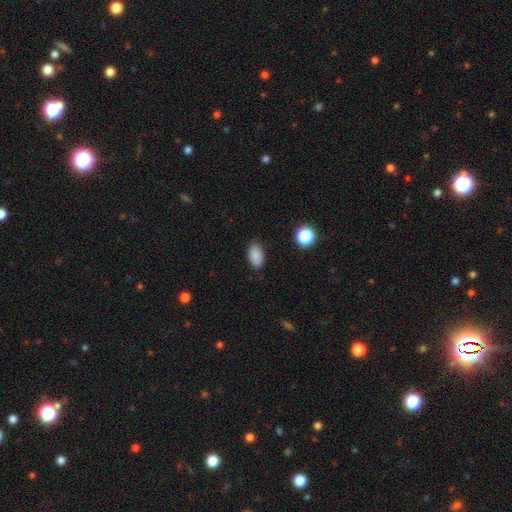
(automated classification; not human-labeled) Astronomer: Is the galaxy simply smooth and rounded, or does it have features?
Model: smooth — 87%.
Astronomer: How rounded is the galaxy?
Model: in between — 92%.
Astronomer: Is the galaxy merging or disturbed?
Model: none — 86%.